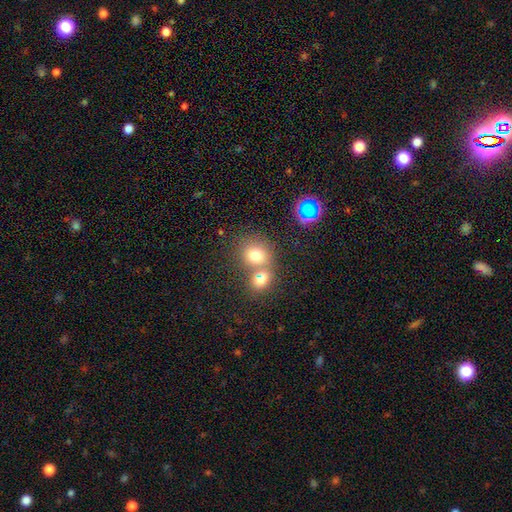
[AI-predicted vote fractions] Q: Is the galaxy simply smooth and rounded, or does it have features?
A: smooth — 74%.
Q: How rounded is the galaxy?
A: round — 75%.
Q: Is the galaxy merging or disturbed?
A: none — 45%.